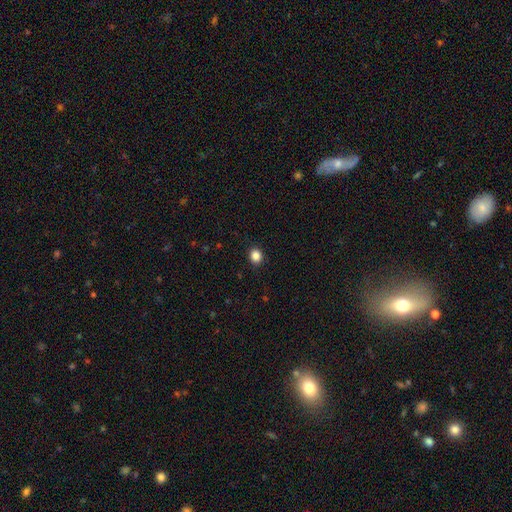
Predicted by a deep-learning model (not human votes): A smooth galaxy with no disk features (86%) that is round (68%). Merging: none (91%).